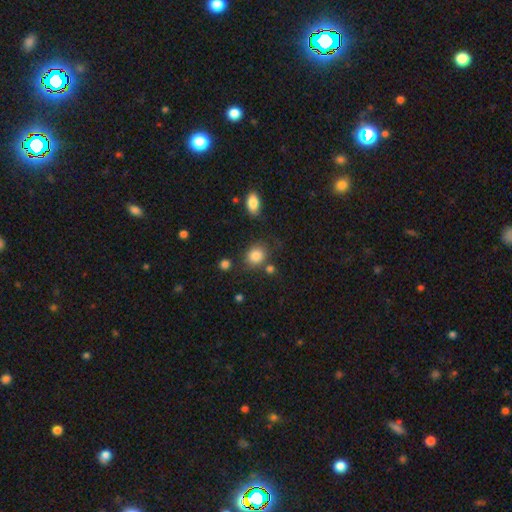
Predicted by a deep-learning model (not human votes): Smooth or featured?
  - smooth: 84% *
  - star or artifact: 10%
  - featured or disk: 6%
How rounded?
  - round: 66% *
  - in between: 33%
  - cigar-shaped: 1%
Merging?
  - none: 73% *
  - minor disturbance: 14%
  - merger: 8%
  - major disturbance: 5%